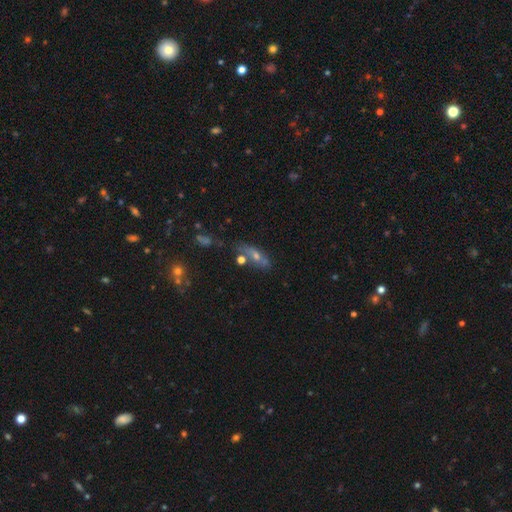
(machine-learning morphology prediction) Q: Smooth or featured?
A: featured or disk (42%); runner-up: smooth (38%)
Q: Merging?
A: none (56%); runner-up: minor disturbance (20%)